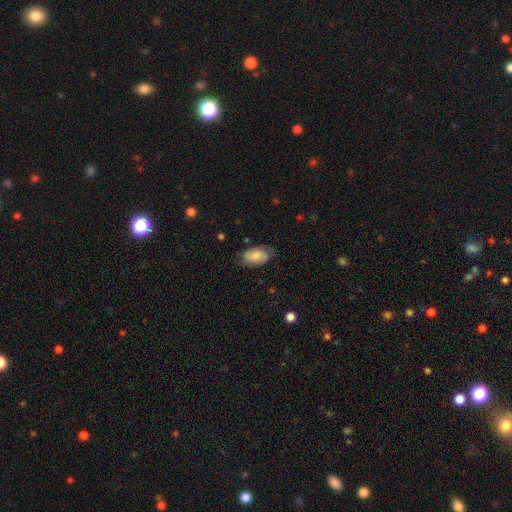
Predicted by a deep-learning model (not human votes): Q: Smooth or featured?
A: smooth (69%); runner-up: featured or disk (24%)
Q: How rounded?
A: in between (93%); runner-up: round (5%)
Q: Merging?
A: none (69%); runner-up: minor disturbance (23%)